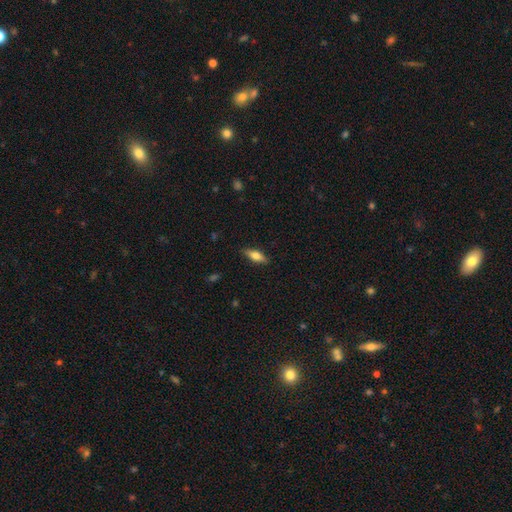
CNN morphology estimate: The model was most divided on "how rounded": in between: 65%, cigar-shaped: 32%, round: 2%. More confident: merging — none (86%); smooth or featured — smooth (69%).